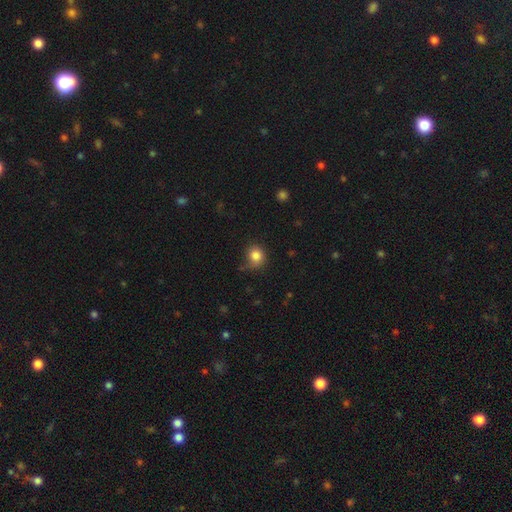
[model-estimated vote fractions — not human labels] Morphology: type=smooth (84%); roundness=round (84%); merging=none (70%).